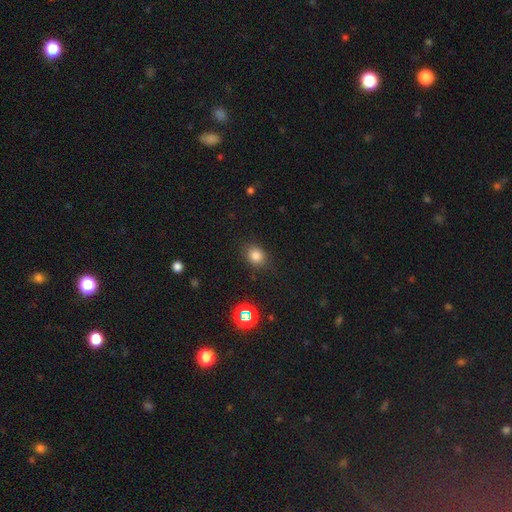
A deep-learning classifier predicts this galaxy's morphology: Smooth or featured: smooth — 79% (star or artifact — 15%)
How rounded: round — 55% (in between — 44%)
Merging: none — 83% (minor disturbance — 12%)